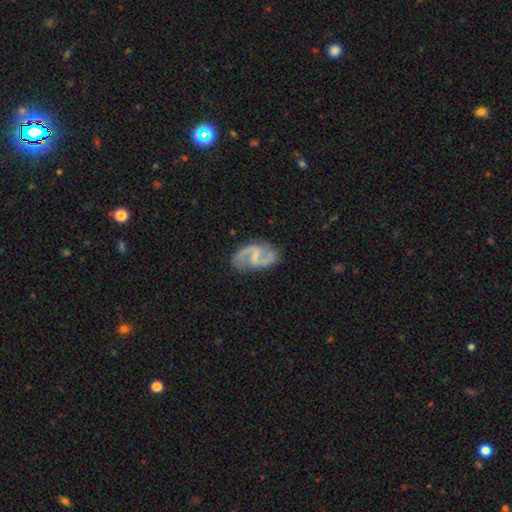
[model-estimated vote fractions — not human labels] Smooth or featured: featured or disk — 87% (smooth — 8%)
Edge-on disk: no — 98% (yes — 2%)
Bar: weak — 51% (strong — 26%)
Spiral arms: yes — 96% (no — 4%)
Spiral winding: medium — 45% (tied with loose — 45%)
Spiral arm count: 2 — 93% (can't tell — 2%)
Bulge size: none — 51% (small — 34%)
Merging: none — 81% (minor disturbance — 13%)